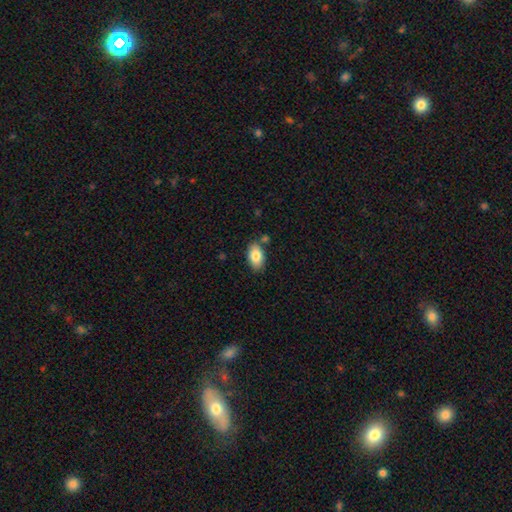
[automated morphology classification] This appears to be a smooth galaxy with no disk features (83%) that is in between round and cigar-shaped (92%). Merging: none (78%).